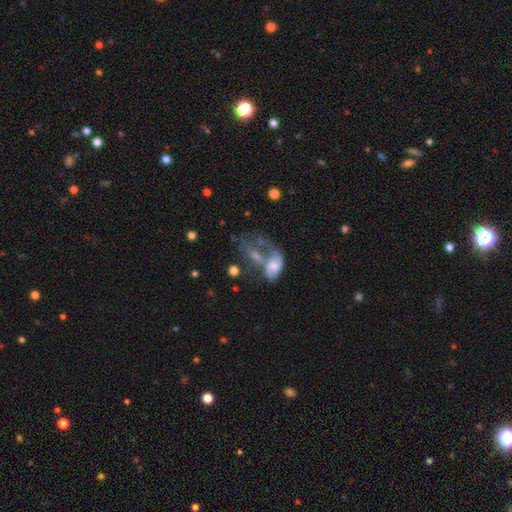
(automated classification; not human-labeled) A featured or disk galaxy (46%).

Vote fractions:
- Smooth or featured? featured or disk: 46% / smooth: 39% / star or artifact: 14%
- Merging? merger: 52% / major disturbance: 26% / none: 14% / minor disturbance: 9%